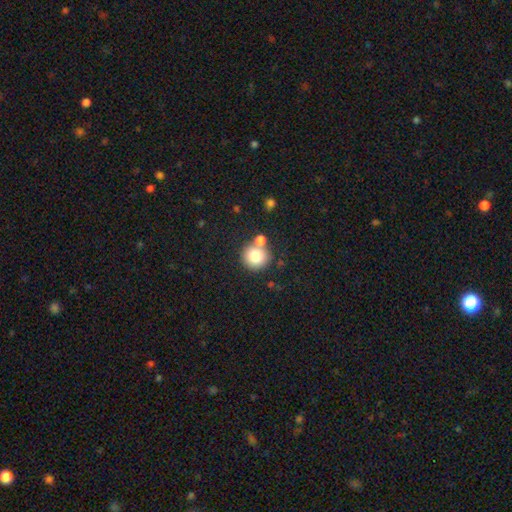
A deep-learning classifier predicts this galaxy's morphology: This appears to be a smooth galaxy with no disk features (78%) that is round (91%). Merging: none (63%).